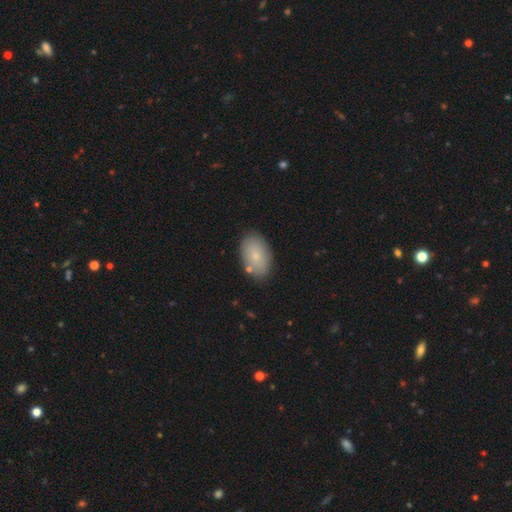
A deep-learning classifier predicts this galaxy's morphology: type=smooth (78%); roundness=in between (92%); merging=none (83%).